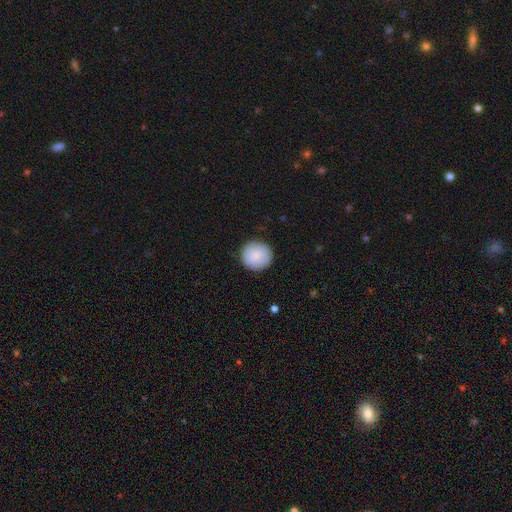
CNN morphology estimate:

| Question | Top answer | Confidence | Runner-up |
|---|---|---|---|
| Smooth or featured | smooth | 85% | featured or disk (9%) |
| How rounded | round | 95% | in between (4%) |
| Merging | none | 90% | minor disturbance (7%) |